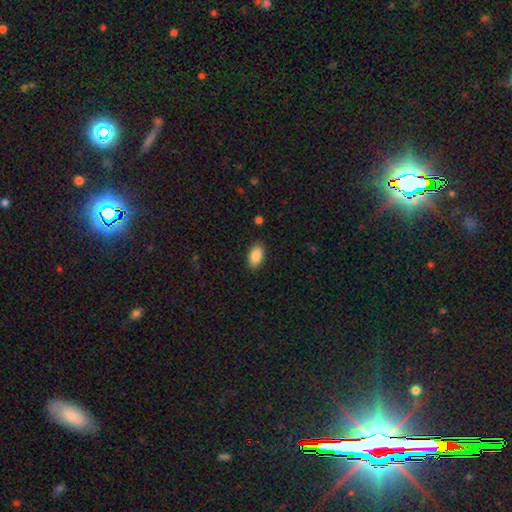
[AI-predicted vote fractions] Smooth or featured: smooth — 88% (star or artifact — 7%)
How rounded: in between — 94% (round — 4%)
Merging: none — 88% (minor disturbance — 9%)